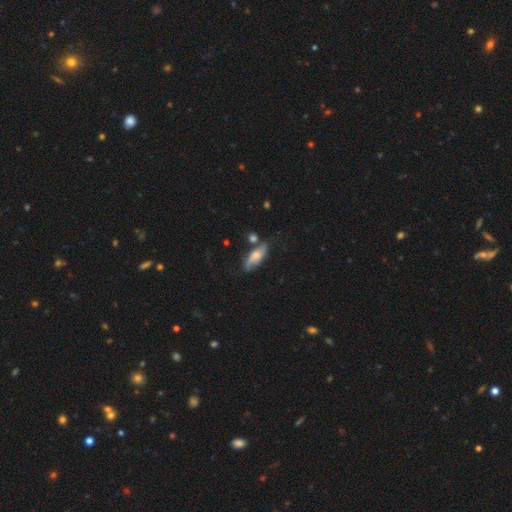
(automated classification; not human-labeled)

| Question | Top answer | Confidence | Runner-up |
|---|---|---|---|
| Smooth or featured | featured or disk | 47% | smooth (46%) |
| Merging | none | 66% | minor disturbance (20%) |